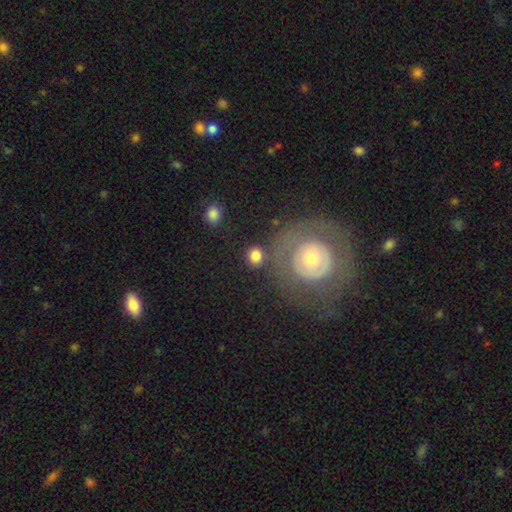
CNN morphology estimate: smooth 79%, featured or disk 13%, star or artifact 8%. Down the decision tree: how rounded — round (72%); merging — none (74%).